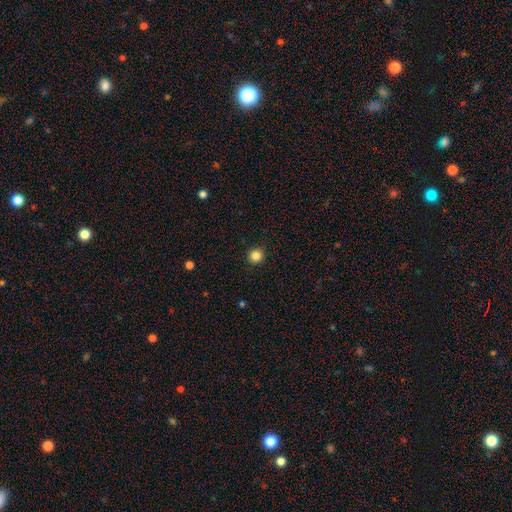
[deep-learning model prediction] Smooth or featured: smooth — 85% (star or artifact — 11%)
How rounded: round — 94% (in between — 5%)
Merging: none — 92% (minor disturbance — 5%)